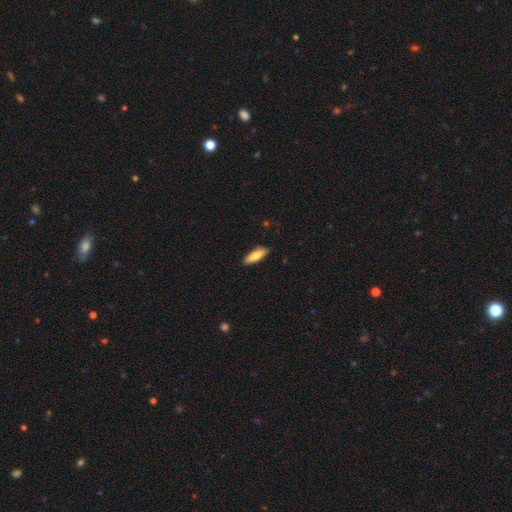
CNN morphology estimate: This appears to be a smooth galaxy with no disk features (77%) that is in between round and cigar-shaped (58%). Merging: none (88%).